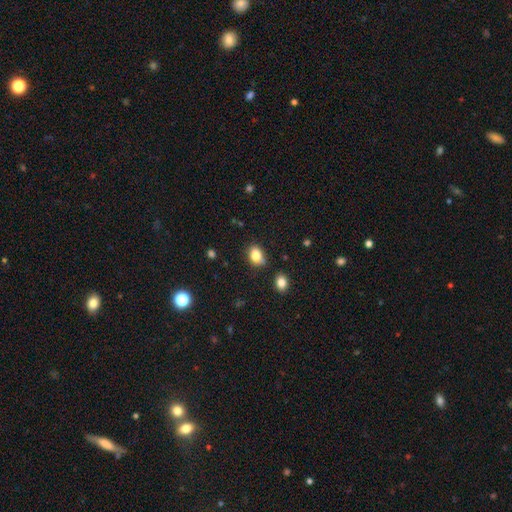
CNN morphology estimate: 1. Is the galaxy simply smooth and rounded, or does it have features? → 83% smooth, 10% star or artifact, 7% featured or disk.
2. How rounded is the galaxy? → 66% in between, 33% round, 1% cigar-shaped.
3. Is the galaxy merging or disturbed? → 76% none, 17% minor disturbance, 4% merger, 3% major disturbance.